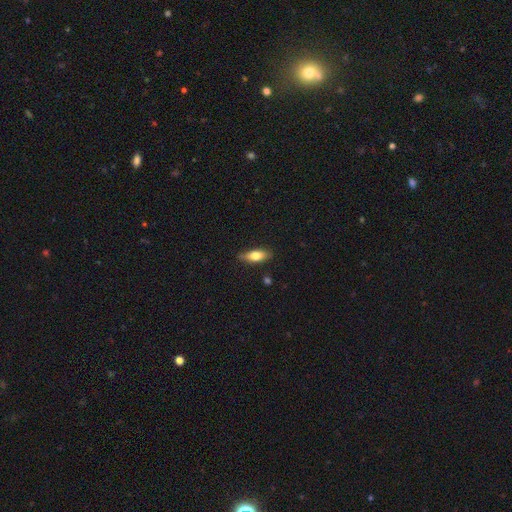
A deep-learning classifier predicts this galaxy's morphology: Smooth or featured?
  - smooth: 72% *
  - featured or disk: 22%
  - star or artifact: 7%
How rounded?
  - in between: 70% *
  - cigar-shaped: 26%
  - round: 3%
Merging?
  - none: 84% *
  - minor disturbance: 13%
  - major disturbance: 2%
  - merger: 1%